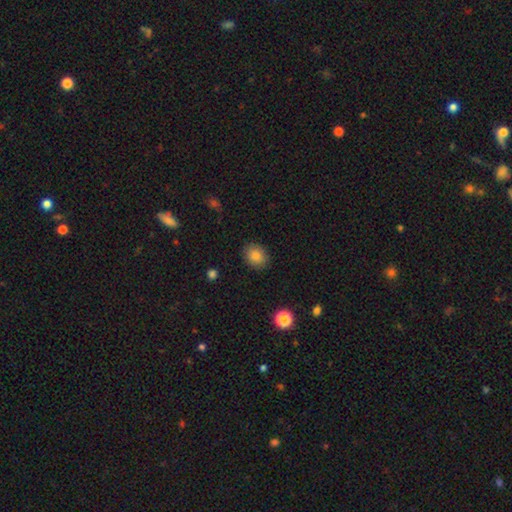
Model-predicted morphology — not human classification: smooth-or-featured: smooth: 85% | star or artifact: 9% | featured or disk: 6%
  how-rounded: round: 53% | in between: 46% | cigar-shaped: 1%
  merging: none: 87% | minor disturbance: 9% | major disturbance: 2% | merger: 1%